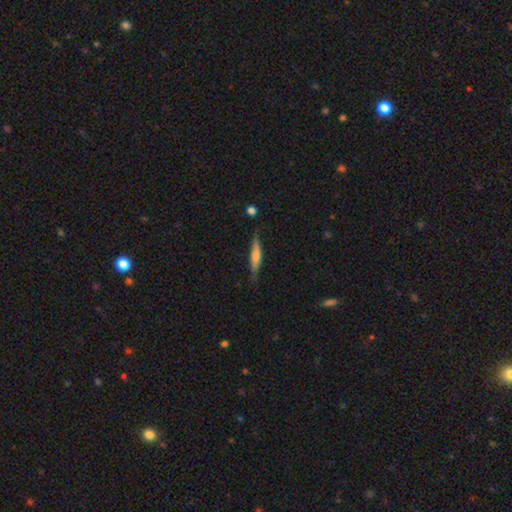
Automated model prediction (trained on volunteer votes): smooth-or-featured: smooth: 49% | featured or disk: 45% | star or artifact: 6%
  merging: none: 78% | minor disturbance: 17% | major disturbance: 3% | merger: 2%